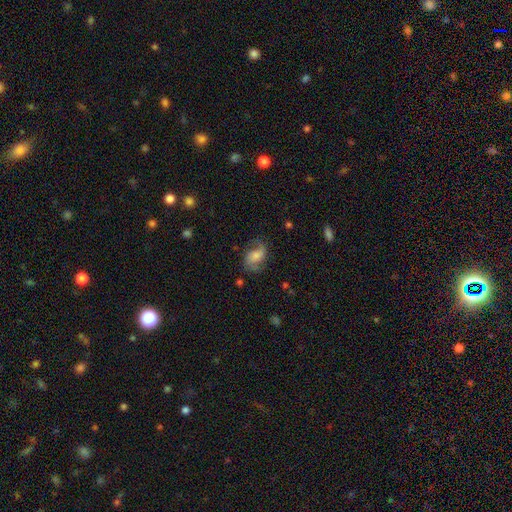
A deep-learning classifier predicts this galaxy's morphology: A featured or disk galaxy (65%) with no bar (51%), 2 (85%) loose (48%) spiral arms (91%) and a moderate central bulge (39%). Merging: none (67%).